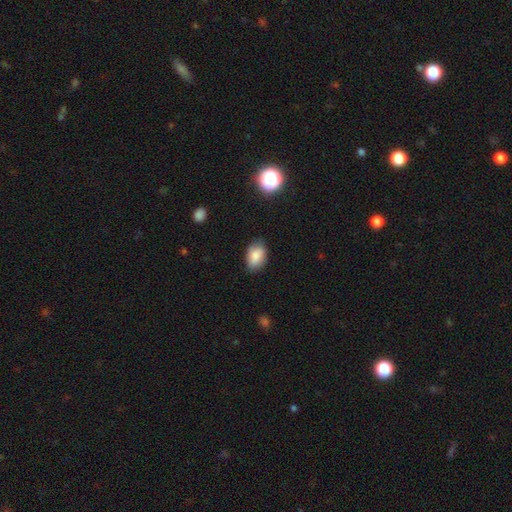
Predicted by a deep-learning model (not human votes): The model was most divided on "merging": none: 77%, minor disturbance: 18%, major disturbance: 3%, merger: 1%. More confident: how rounded — in between (88%); smooth or featured — smooth (84%).